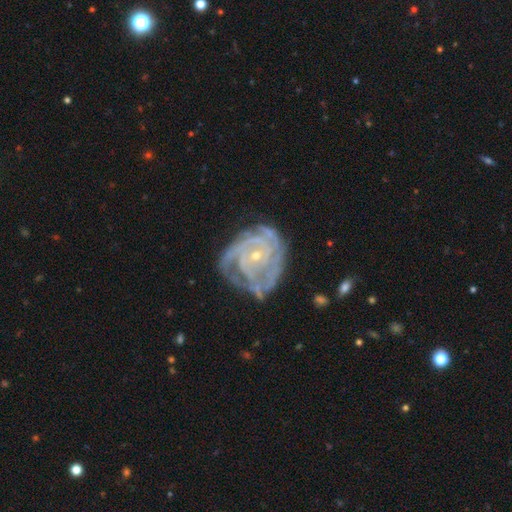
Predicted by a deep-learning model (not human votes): Smooth or featured?
  - featured or disk: 89% *
  - star or artifact: 6%
  - smooth: 5%
Edge-on disk?
  - no: 98% *
  - yes: 2%
Bar?
  - no: 71% *
  - weak: 22%
  - strong: 7%
Spiral arms?
  - yes: 97% *
  - no: 3%
Spiral winding?
  - tight: 75% *
  - medium: 22%
  - loose: 4%
Spiral arm count?
  - 3: 29% *
  - can't tell: 23%
  - 4: 18%
  - 2: 17%
  - more than 4: 7%
  - 1: 6%
Bulge size?
  - small: 76% *
  - moderate: 21%
  - none: 1%
  - large: 1%
  - dominant: 1%
Merging?
  - none: 58% *
  - minor disturbance: 25%
  - major disturbance: 14%
  - merger: 3%